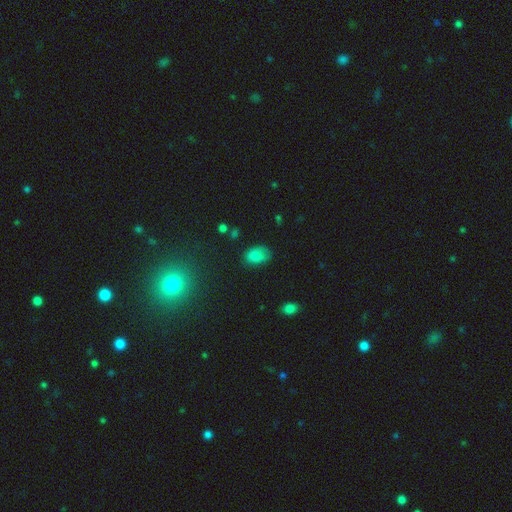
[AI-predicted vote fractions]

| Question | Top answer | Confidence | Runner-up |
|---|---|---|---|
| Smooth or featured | smooth | 82% | star or artifact (12%) |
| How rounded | in between | 87% | round (12%) |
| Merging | none | 66% | minor disturbance (25%) |